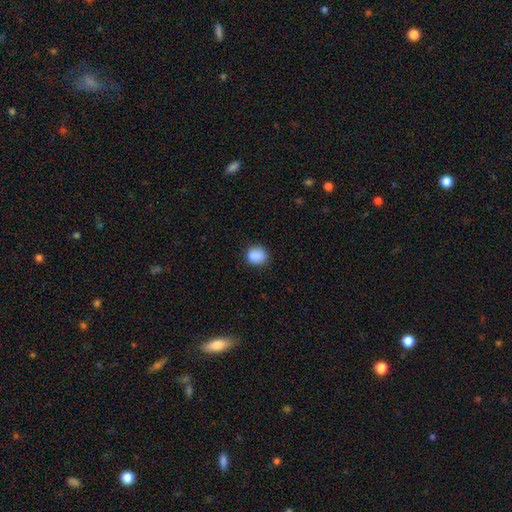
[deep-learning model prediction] Q: Smooth or featured?
A: smooth (88%); runner-up: star or artifact (8%)
Q: How rounded?
A: round (71%); runner-up: in between (28%)
Q: Merging?
A: none (83%); runner-up: minor disturbance (13%)